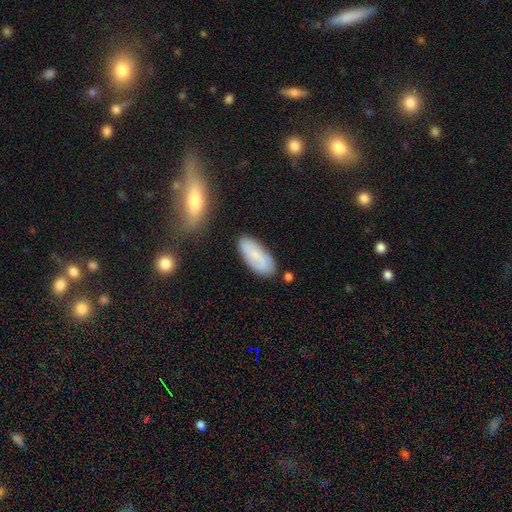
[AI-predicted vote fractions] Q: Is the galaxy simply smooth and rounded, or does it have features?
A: smooth — 66%.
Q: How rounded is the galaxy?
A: in between — 84%.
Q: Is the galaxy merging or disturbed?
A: none — 77%.